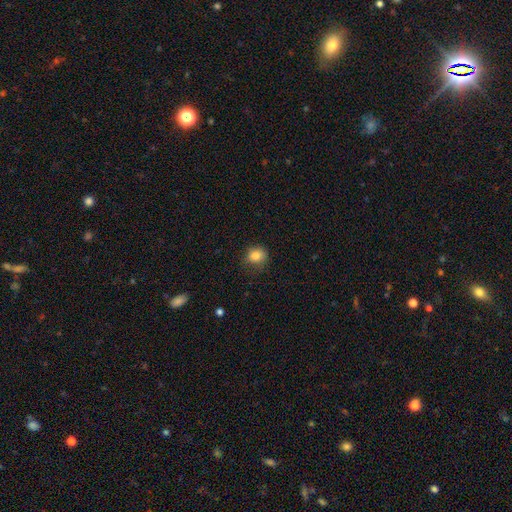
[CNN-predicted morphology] This appears to be a smooth galaxy with no disk features (83%) that is round (73%). Merging: none (71%).